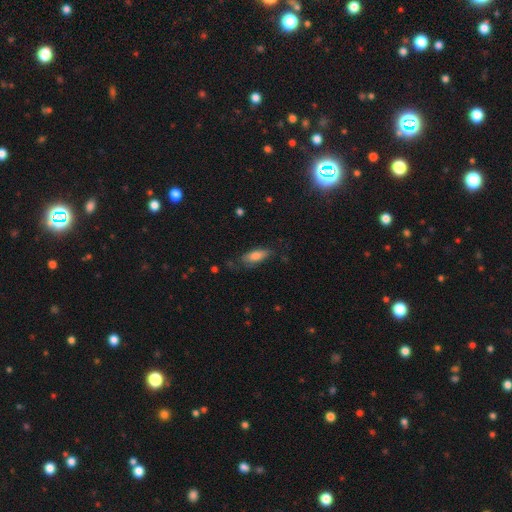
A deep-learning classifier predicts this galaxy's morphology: Q: Smooth or featured?
A: smooth (72%); runner-up: featured or disk (20%)
Q: How rounded?
A: in between (69%); runner-up: cigar-shaped (29%)
Q: Merging?
A: none (63%); runner-up: minor disturbance (25%)